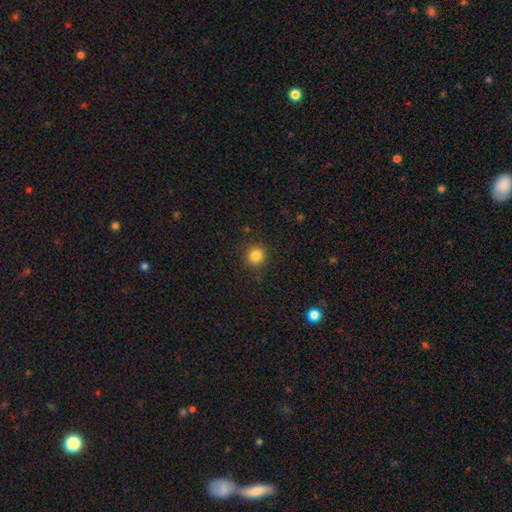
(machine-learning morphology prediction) A smooth galaxy with no disk features (84%) that is round (90%).

Vote fractions:
- Smooth or featured? smooth: 84% / star or artifact: 11% / featured or disk: 4%
- How rounded? round: 90% / in between: 9% / cigar-shaped: 1%
- Merging? none: 87% / minor disturbance: 9% / major disturbance: 3% / merger: 1%